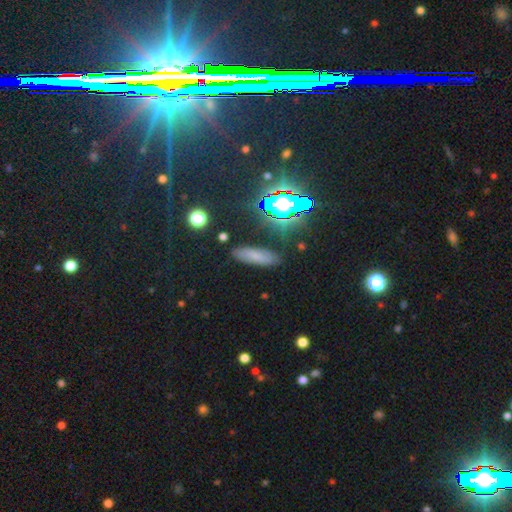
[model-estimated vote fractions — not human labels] smooth 63%, star or artifact 21%, featured or disk 15%. Down the decision tree: how rounded — cigar-shaped (53%); merging — none (84%).